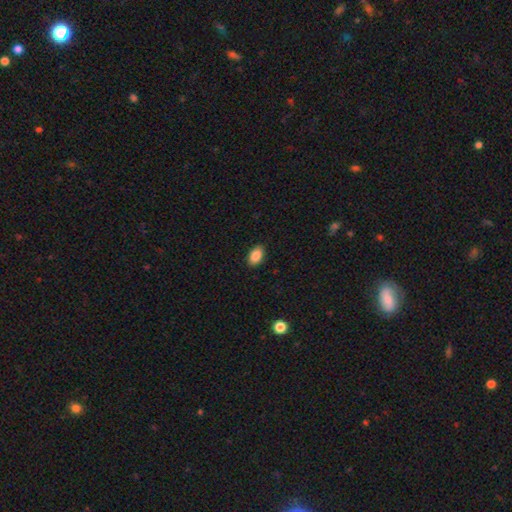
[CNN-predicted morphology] Smooth or featured? smooth (88%)
How rounded? in between (90%)
Merging? none (89%)